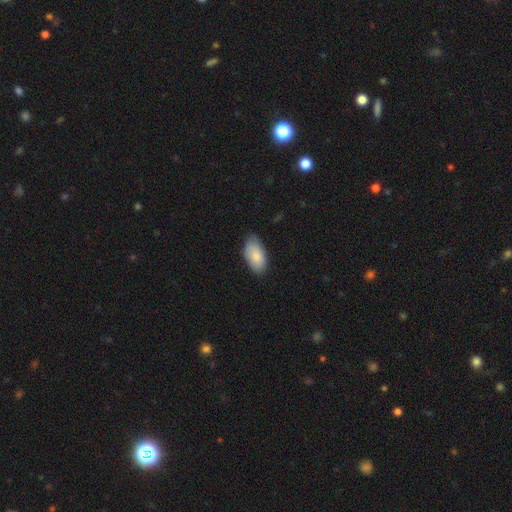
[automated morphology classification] smooth-or-featured: smooth: 85% | featured or disk: 9% | star or artifact: 6%
  how-rounded: in between: 95% | round: 3% | cigar-shaped: 2%
  merging: none: 74% | minor disturbance: 22% | major disturbance: 3% | merger: 1%